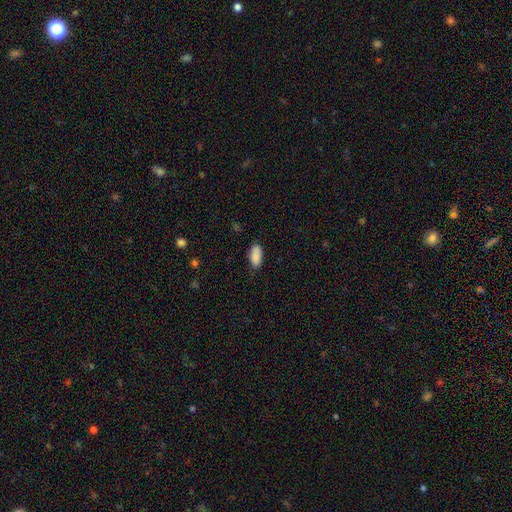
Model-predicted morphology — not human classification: This appears to be a smooth galaxy with no disk features (89%) that is in between round and cigar-shaped (88%). Merging: none (82%).